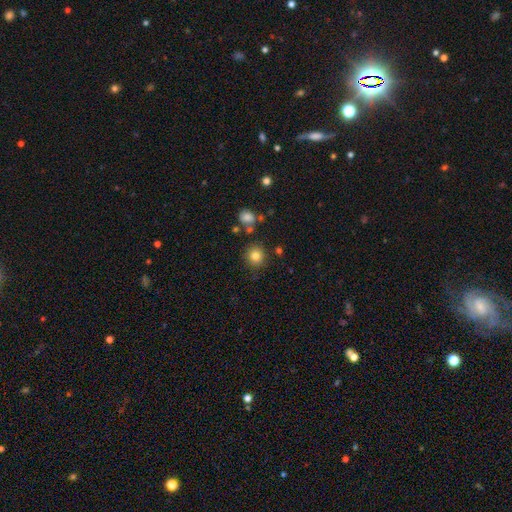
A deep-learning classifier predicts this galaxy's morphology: A smooth galaxy with no disk features (81%) that is round (90%).

Vote fractions:
- Smooth or featured? smooth: 81% / star or artifact: 13% / featured or disk: 7%
- How rounded? round: 90% / in between: 9% / cigar-shaped: 1%
- Merging? none: 84% / minor disturbance: 9% / merger: 5% / major disturbance: 3%